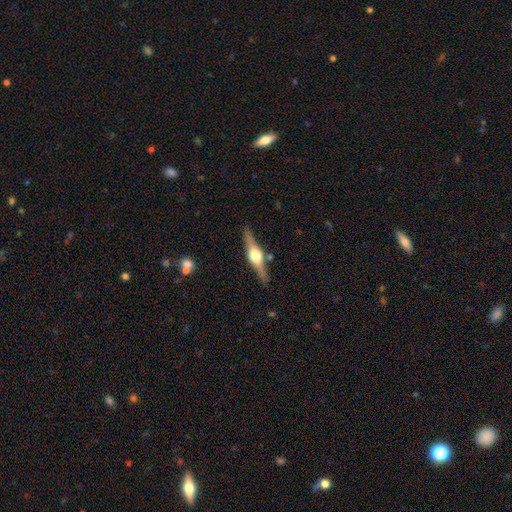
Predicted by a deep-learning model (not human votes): A featured or disk galaxy (80%) viewed edge-on (98%) with a rounded central bulge (94%). Merging: none (87%).